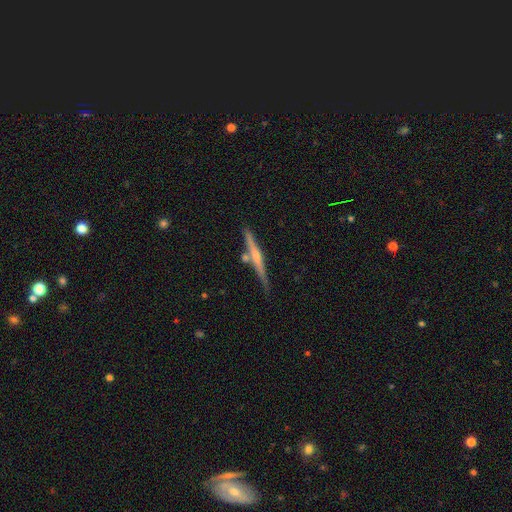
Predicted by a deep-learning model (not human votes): Smooth or featured? Predicted: featured or disk (p=0.61). Edge-on disk? Predicted: yes (p=0.97). Edge-on bulge? Predicted: rounded (p=0.55). Merging? Predicted: none (p=0.76).